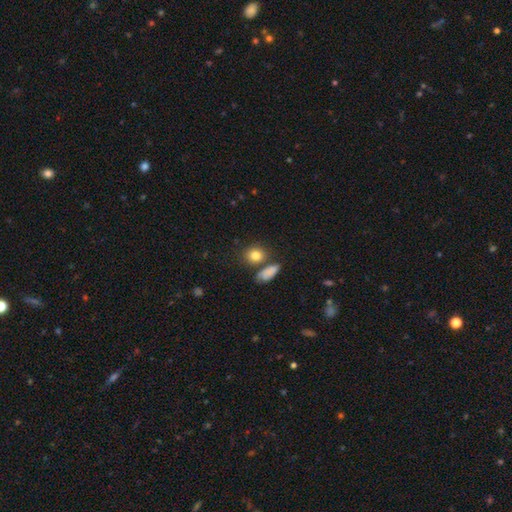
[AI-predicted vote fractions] Smooth or featured? smooth (82%)
How rounded? round (63%)
Merging? none (67%)